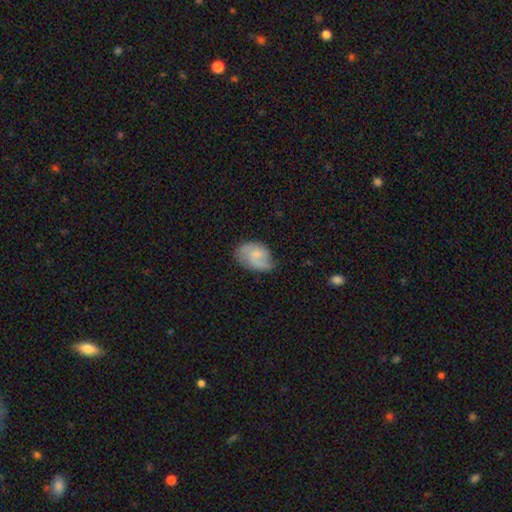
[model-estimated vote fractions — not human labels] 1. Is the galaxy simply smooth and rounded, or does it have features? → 55% smooth, 38% featured or disk, 7% star or artifact.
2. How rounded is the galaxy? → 82% in between, 17% round, 1% cigar-shaped.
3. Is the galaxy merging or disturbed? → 48% none, 36% minor disturbance, 14% major disturbance, 2% merger.